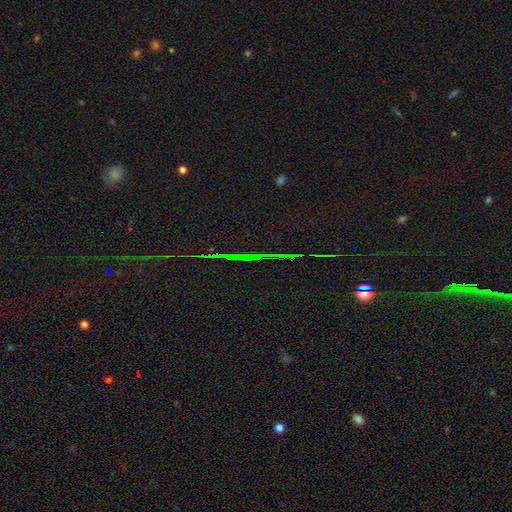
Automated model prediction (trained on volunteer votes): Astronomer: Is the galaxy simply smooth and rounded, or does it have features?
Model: star or artifact — 80%.